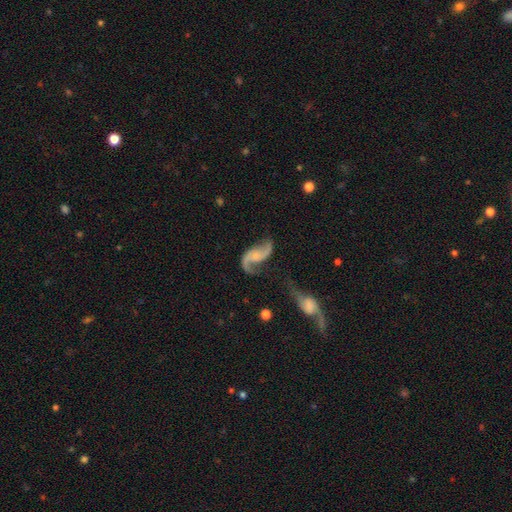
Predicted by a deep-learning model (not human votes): Smooth or featured?
  - featured or disk: 89% *
  - smooth: 6%
  - star or artifact: 5%
Edge-on disk?
  - no: 97% *
  - yes: 3%
Bar?
  - no: 60% *
  - weak: 32%
  - strong: 8%
Spiral arms?
  - yes: 97% *
  - no: 3%
Spiral winding?
  - loose: 75% *
  - medium: 20%
  - tight: 5%
Spiral arm count?
  - 2: 93% *
  - 1: 3%
  - can't tell: 2%
  - 3: 1%
  - 4: 1%
  - more than 4: 1%
Bulge size?
  - small: 47% *
  - none: 29%
  - moderate: 20%
  - large: 3%
  - dominant: 1%
Merging?
  - none: 58% *
  - minor disturbance: 19%
  - major disturbance: 14%
  - merger: 9%